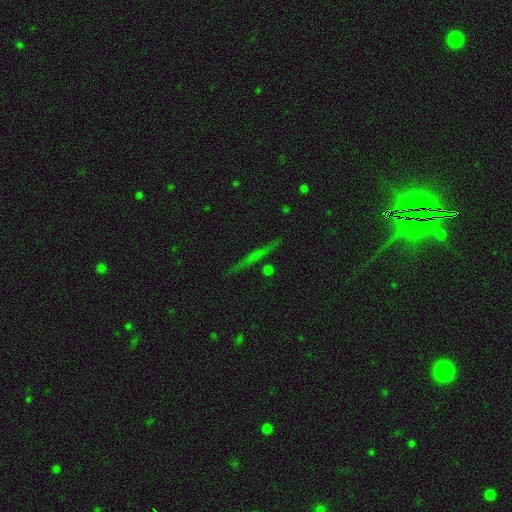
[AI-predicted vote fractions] A featured or disk galaxy (48%). Merging: none (88%).